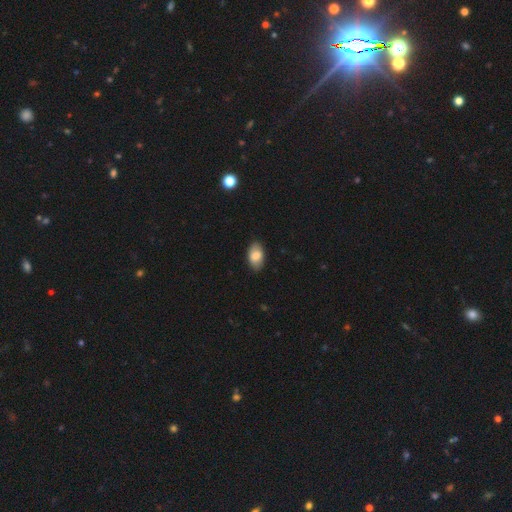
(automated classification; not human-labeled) This appears to be a smooth galaxy with no disk features (82%) that is in between round and cigar-shaped (94%). Merging: none (86%).